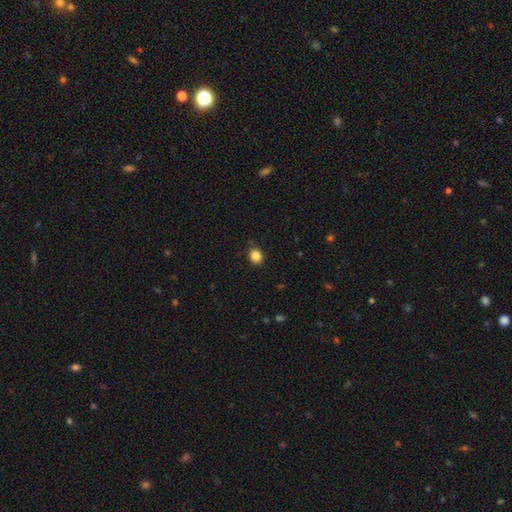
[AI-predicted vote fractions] Overall: smooth (86%). How rounded: round (64%; in between 35%). Merging: none (87%).